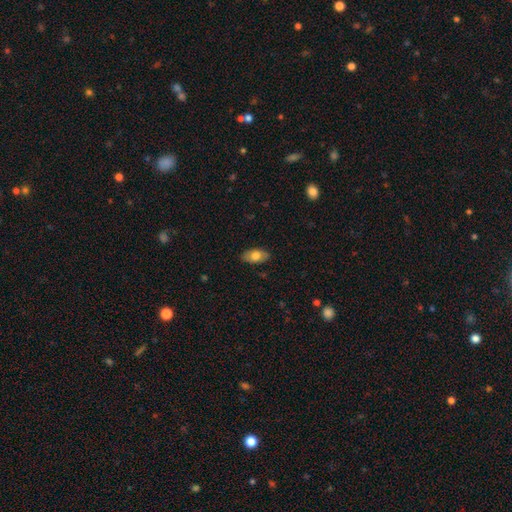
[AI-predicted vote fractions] Smooth or featured: smooth — 74% (featured or disk — 20%)
How rounded: in between — 93% (round — 4%)
Merging: none — 86% (minor disturbance — 11%)